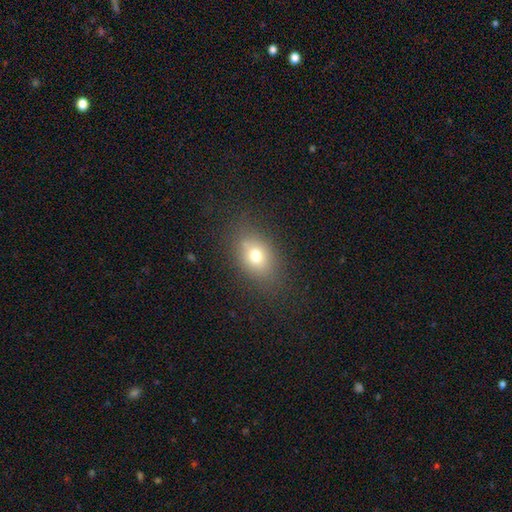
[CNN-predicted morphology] A smooth galaxy with no disk features (72%) that is in between round and cigar-shaped (69%). Merging: none (77%).